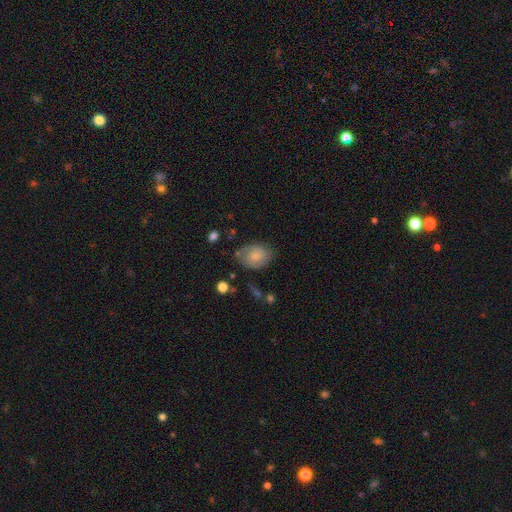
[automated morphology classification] smooth 52%, featured or disk 40%, star or artifact 8%. Down the decision tree: how rounded — in between (67%); merging — none (66%).